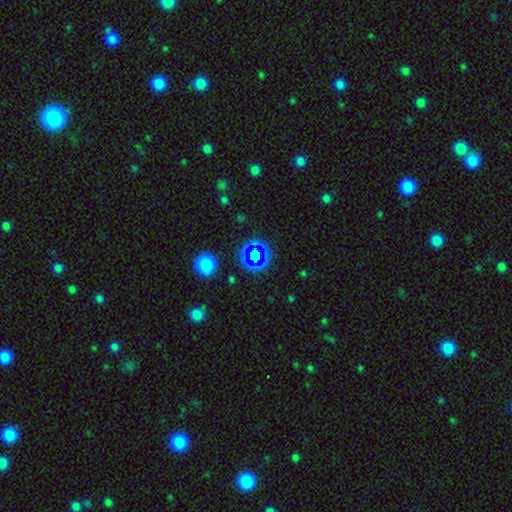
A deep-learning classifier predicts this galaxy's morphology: Smooth or featured? star or artifact (56%)